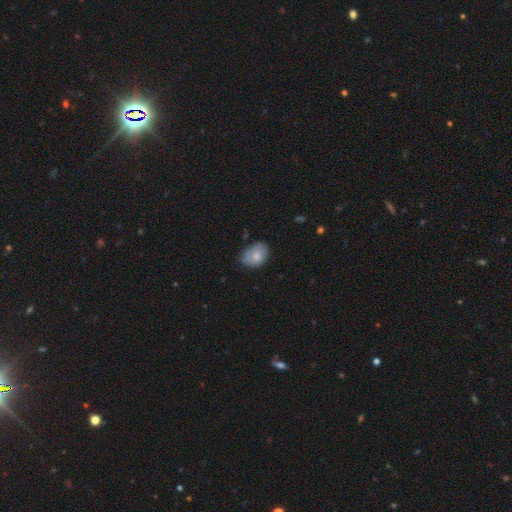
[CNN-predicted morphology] Smooth or featured? smooth (77%)
How rounded? in between (71%)
Merging? none (55%)